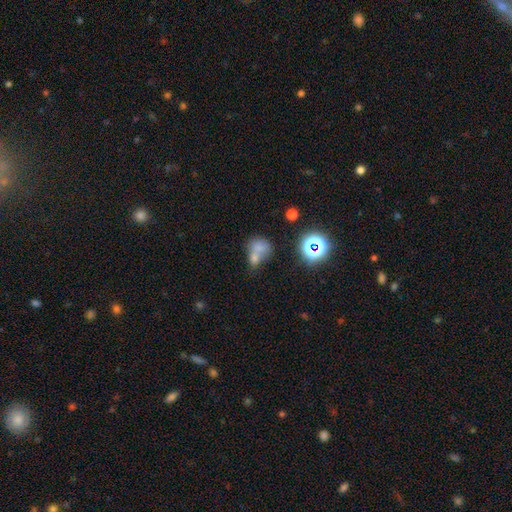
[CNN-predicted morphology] Smooth or featured? Predicted: smooth (p=0.58). How rounded? Predicted: round (p=0.59). Merging? Predicted: merger (p=0.55).